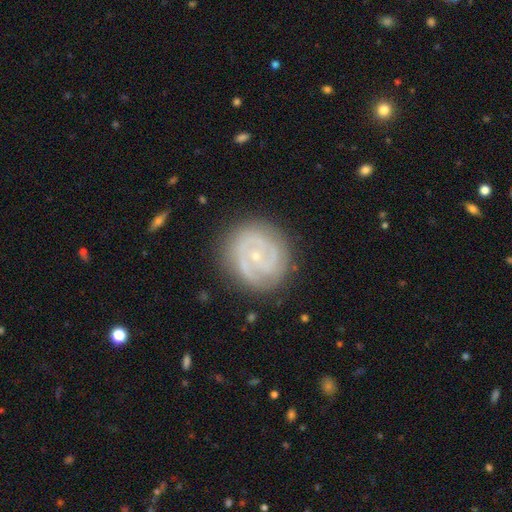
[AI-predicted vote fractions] featured or disk 84%, smooth 11%, star or artifact 5%. Down the decision tree: edge-on disk — no (98%); bar — no (68%); spiral arms — yes (93%); spiral arm count — 2 (57%); spiral winding — tight (65%); bulge size — small (79%); merging — none (82%).